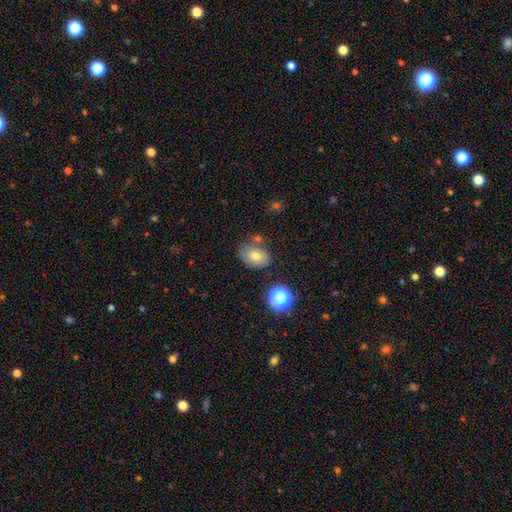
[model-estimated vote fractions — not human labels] The model was most divided on "how rounded": in between: 68%, round: 31%, cigar-shaped: 1%. More confident: smooth or featured — smooth (69%); merging — none (65%).